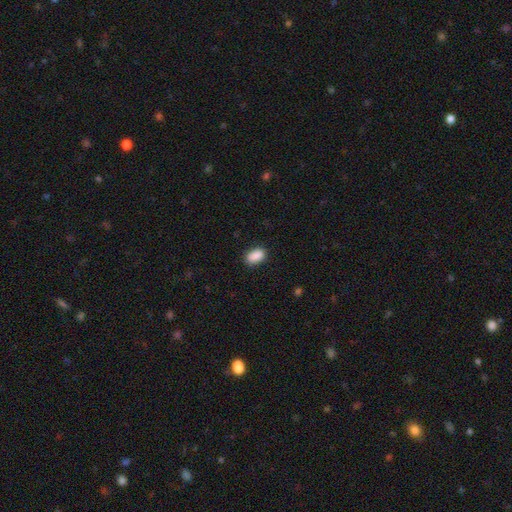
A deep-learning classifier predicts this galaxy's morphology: Q: Smooth or featured?
A: smooth (90%); runner-up: star or artifact (7%)
Q: How rounded?
A: in between (91%); runner-up: round (6%)
Q: Merging?
A: none (86%); runner-up: minor disturbance (11%)